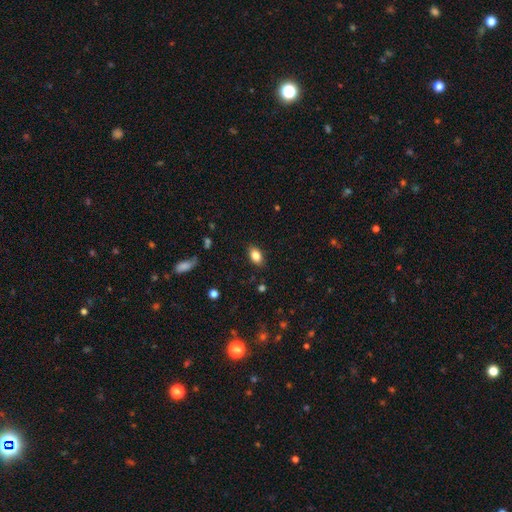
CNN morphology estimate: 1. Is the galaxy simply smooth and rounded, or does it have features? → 83% smooth, 9% star or artifact, 8% featured or disk.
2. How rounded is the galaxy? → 86% in between, 11% round, 2% cigar-shaped.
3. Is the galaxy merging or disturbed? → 86% none, 11% minor disturbance, 2% major disturbance, 1% merger.